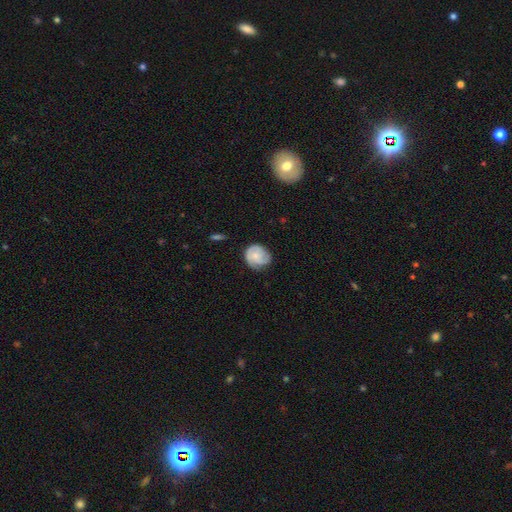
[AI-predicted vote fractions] A featured or disk galaxy (48%). Merging: none (64%).